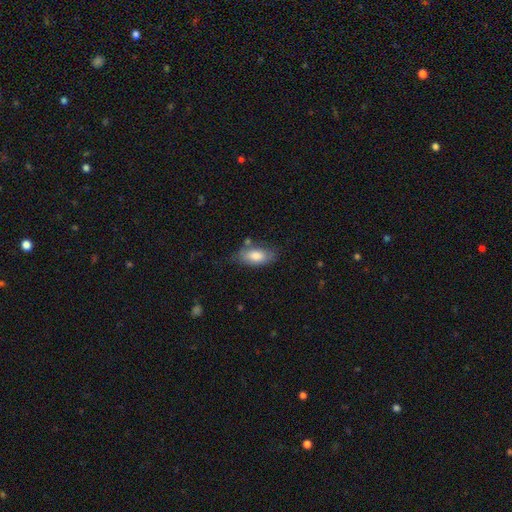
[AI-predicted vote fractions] Overall: smooth (78%). How rounded: in between (90%). Merging: none (65%).